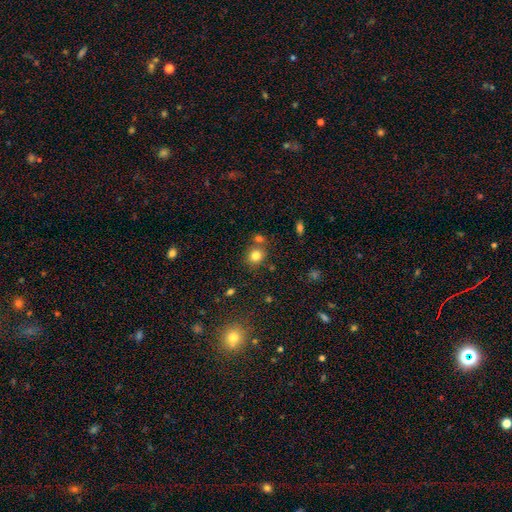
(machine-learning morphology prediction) smooth-or-featured: smooth: 81% | star or artifact: 12% | featured or disk: 7%
  how-rounded: round: 81% | in between: 18% | cigar-shaped: 1%
  merging: none: 71% | merger: 16% | minor disturbance: 10% | major disturbance: 3%